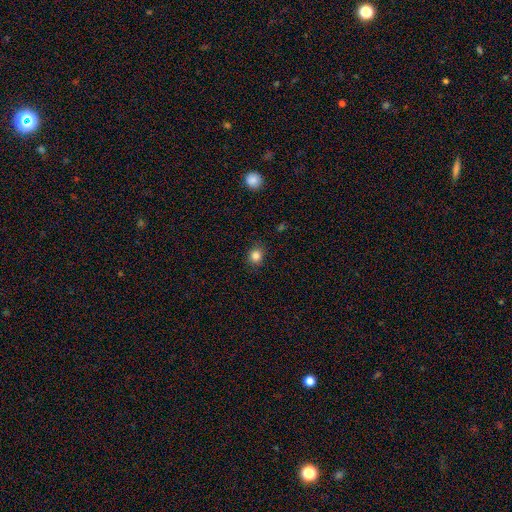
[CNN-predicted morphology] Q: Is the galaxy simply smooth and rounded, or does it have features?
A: smooth — 84%.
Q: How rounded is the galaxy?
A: round — 76%.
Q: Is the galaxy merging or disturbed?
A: none — 87%.